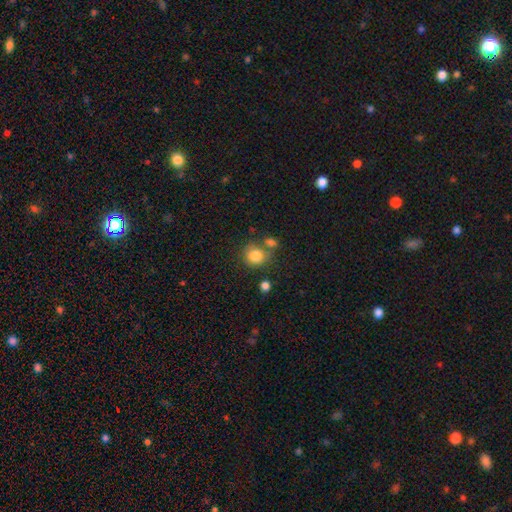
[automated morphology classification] type=smooth (83%); roundness=round (84%); merging=none (61%).